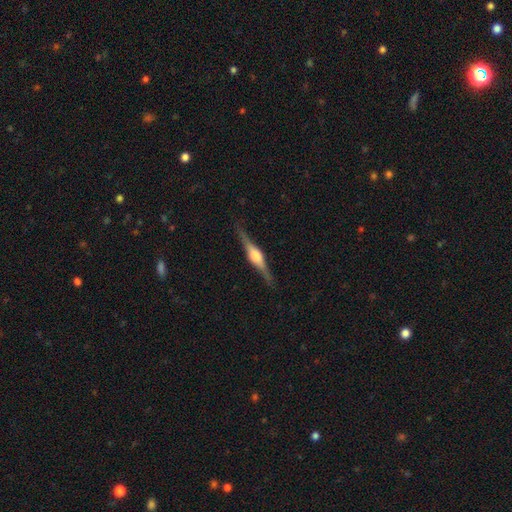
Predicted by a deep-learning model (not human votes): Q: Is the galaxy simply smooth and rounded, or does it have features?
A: featured or disk — 80%.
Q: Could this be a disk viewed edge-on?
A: yes — 98%.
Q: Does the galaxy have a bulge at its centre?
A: rounded — 80%.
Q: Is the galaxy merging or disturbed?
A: none — 88%.